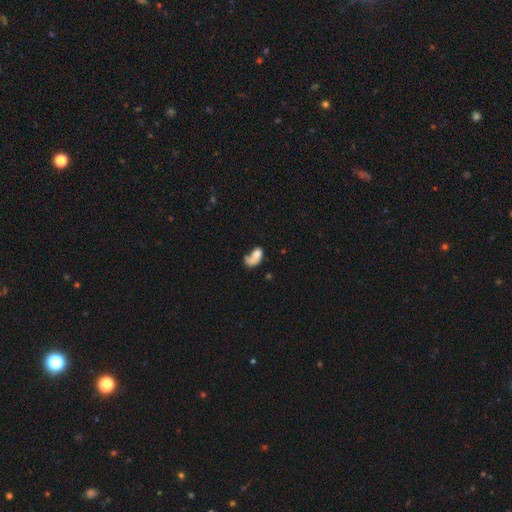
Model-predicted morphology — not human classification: Smooth or featured?
  - smooth: 62% *
  - featured or disk: 28%
  - star or artifact: 10%
How rounded?
  - in between: 81% *
  - round: 16%
  - cigar-shaped: 2%
Merging?
  - merger: 42% *
  - major disturbance: 24%
  - none: 21%
  - minor disturbance: 13%